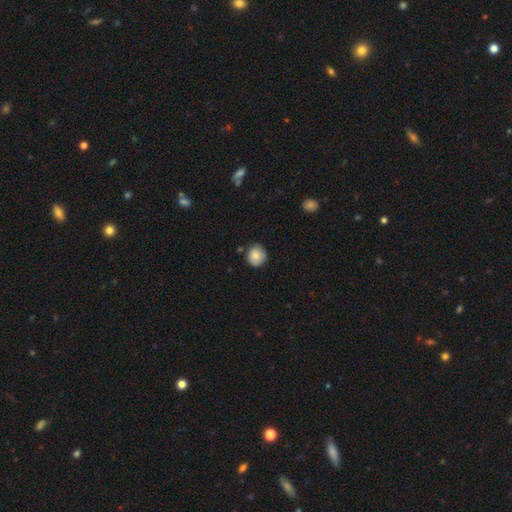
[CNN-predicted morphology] Smooth or featured? smooth (84%)
How rounded? round (82%)
Merging? none (77%)